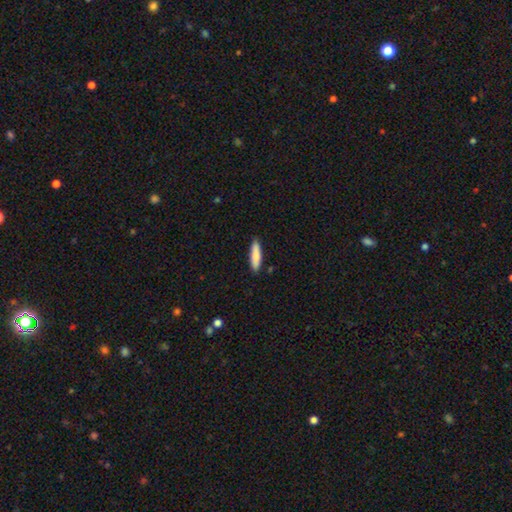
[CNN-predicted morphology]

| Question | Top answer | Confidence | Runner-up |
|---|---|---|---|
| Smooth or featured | smooth | 84% | featured or disk (11%) |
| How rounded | cigar-shaped | 73% | in between (26%) |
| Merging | none | 88% | minor disturbance (9%) |